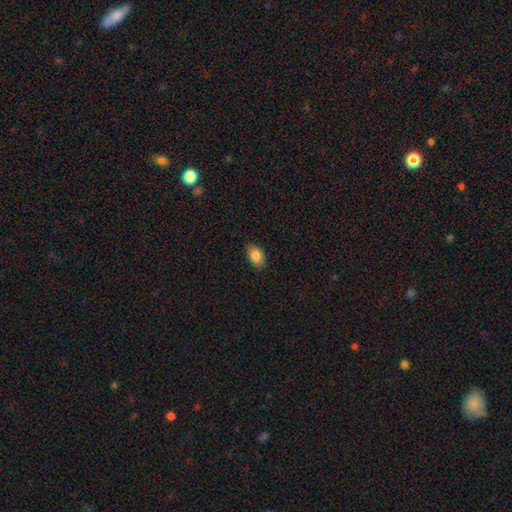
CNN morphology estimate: A smooth galaxy with no disk features (84%) that is in between round and cigar-shaped (84%). Merging: none (84%).